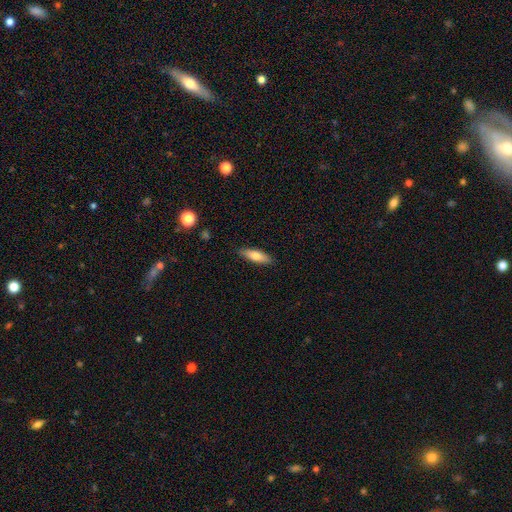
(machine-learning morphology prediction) Smooth or featured?
  - smooth: 73% *
  - featured or disk: 21%
  - star or artifact: 6%
How rounded?
  - in between: 51% *
  - cigar-shaped: 47%
  - round: 2%
Merging?
  - none: 88% *
  - minor disturbance: 9%
  - major disturbance: 2%
  - merger: 1%